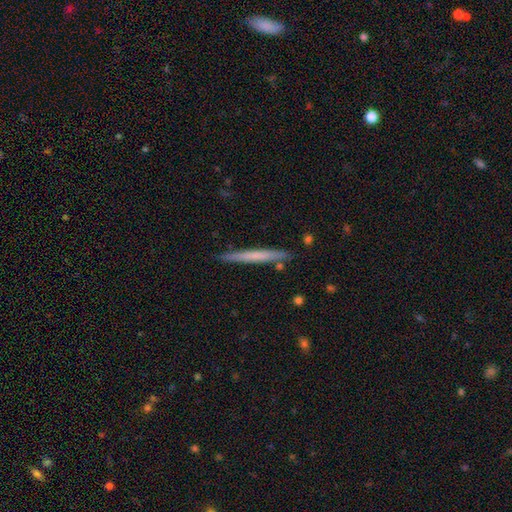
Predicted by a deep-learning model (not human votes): The model was most divided on "smooth or featured": smooth: 54%, featured or disk: 40%, star or artifact: 5%. More confident: how rounded — cigar-shaped (97%); merging — none (87%).